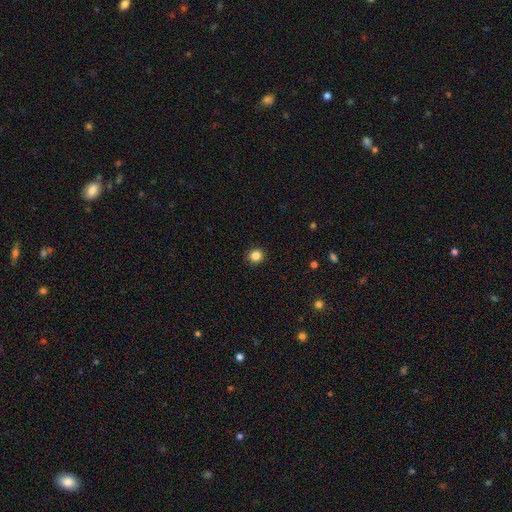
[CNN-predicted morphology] type=smooth (85%); roundness=round (84%); merging=none (92%).